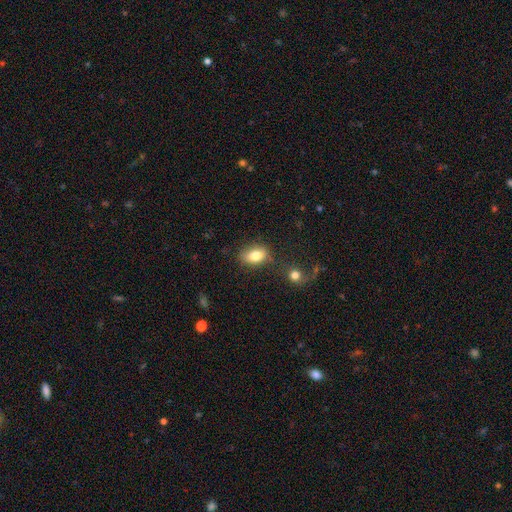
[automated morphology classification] smooth-or-featured: smooth: 82% | featured or disk: 10% | star or artifact: 8%
  how-rounded: in between: 85% | round: 13% | cigar-shaped: 2%
  merging: none: 72% | minor disturbance: 15% | merger: 8% | major disturbance: 5%